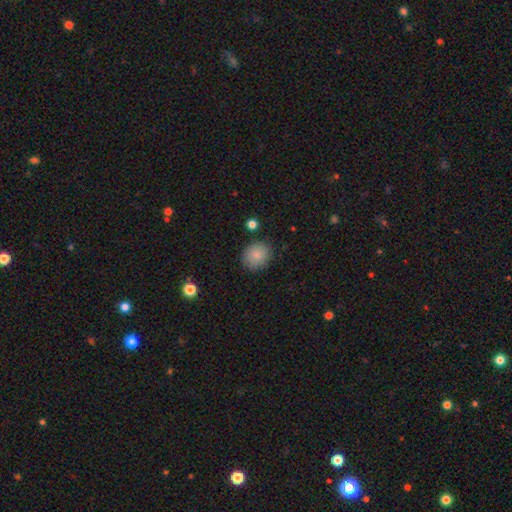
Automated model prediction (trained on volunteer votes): Smooth or featured?
  - smooth: 85% *
  - star or artifact: 8%
  - featured or disk: 7%
How rounded?
  - round: 68% *
  - in between: 31%
  - cigar-shaped: 1%
Merging?
  - none: 83% *
  - minor disturbance: 12%
  - major disturbance: 3%
  - merger: 2%